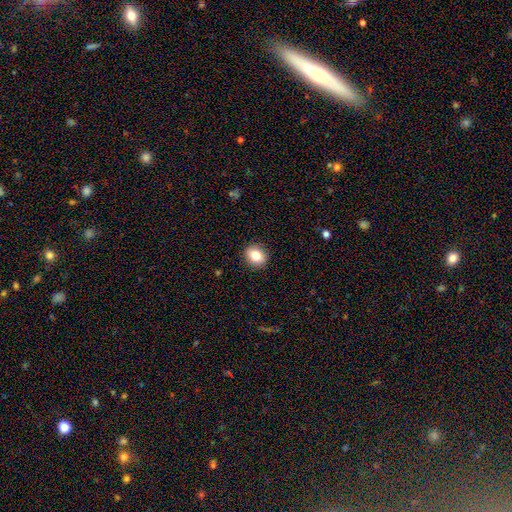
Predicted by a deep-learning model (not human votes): smooth 80%, featured or disk 10%, star or artifact 10%. Down the decision tree: how rounded — round (69%); merging — none (90%).